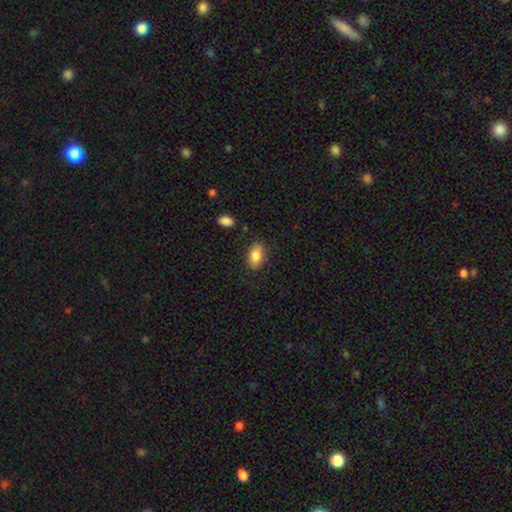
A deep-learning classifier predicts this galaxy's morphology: smooth 83%, featured or disk 10%, star or artifact 7%. Down the decision tree: how rounded — in between (89%); merging — none (80%).